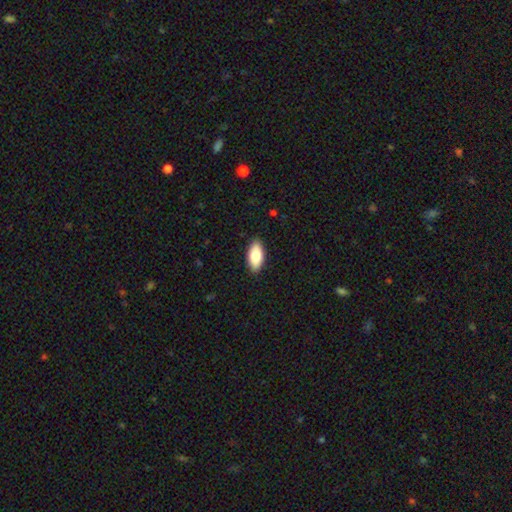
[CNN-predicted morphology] This appears to be a smooth galaxy with no disk features (83%) that is in between round and cigar-shaped (91%). Merging: none (89%).